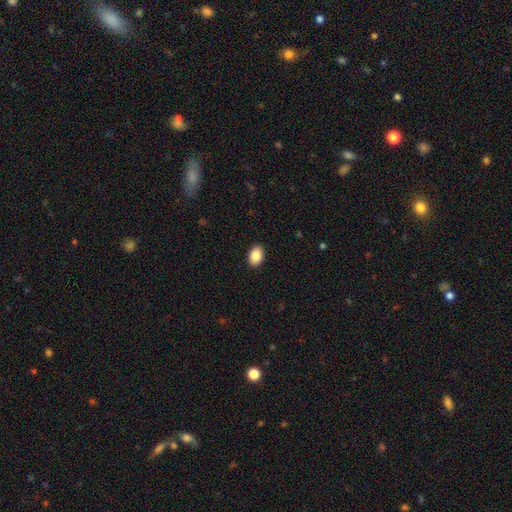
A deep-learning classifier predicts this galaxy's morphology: Smooth or featured? Predicted: smooth (p=0.87). How rounded? Predicted: in between (p=0.86). Merging? Predicted: none (p=0.91).